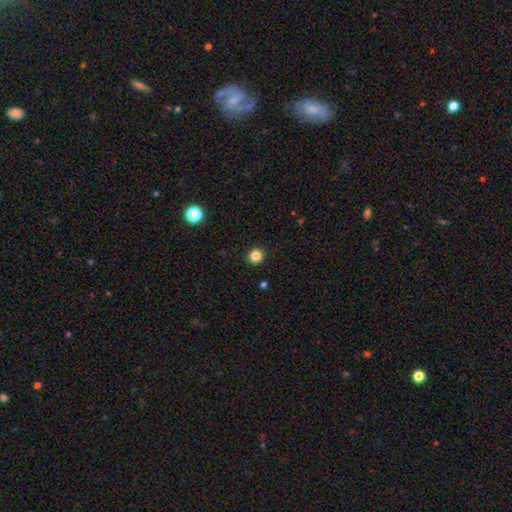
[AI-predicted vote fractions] A smooth galaxy with no disk features (85%) that is round (95%).

Vote fractions:
- Smooth or featured? smooth: 85% / star or artifact: 12% / featured or disk: 4%
- How rounded? round: 95% / in between: 5% / cigar-shaped: 1%
- Merging? none: 93% / minor disturbance: 5% / major disturbance: 2% / merger: 1%